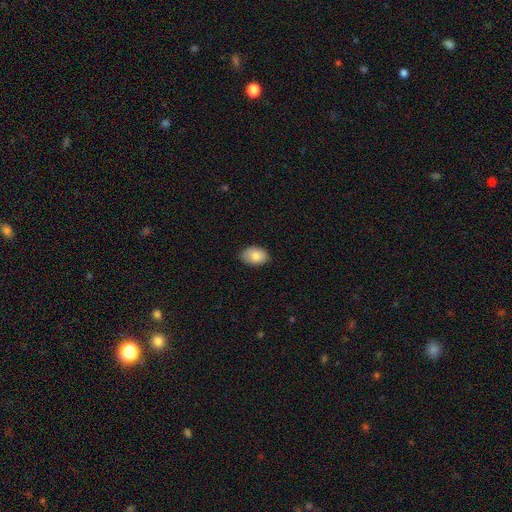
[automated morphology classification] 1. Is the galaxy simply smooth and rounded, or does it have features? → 85% smooth, 8% featured or disk, 7% star or artifact.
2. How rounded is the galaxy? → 85% in between, 14% round, 1% cigar-shaped.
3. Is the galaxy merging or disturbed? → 82% none, 15% minor disturbance, 2% major disturbance, 1% merger.